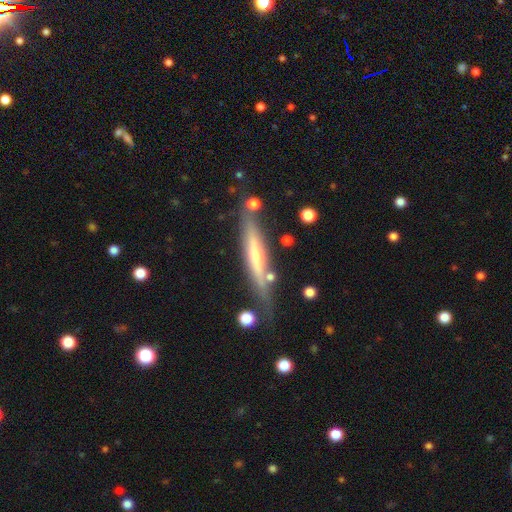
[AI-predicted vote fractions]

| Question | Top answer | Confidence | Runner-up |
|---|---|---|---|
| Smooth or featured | featured or disk | 65% | smooth (28%) |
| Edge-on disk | yes | 85% | no (15%) |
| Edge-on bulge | rounded | 55% | none (37%) |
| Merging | none | 72% | minor disturbance (18%) |